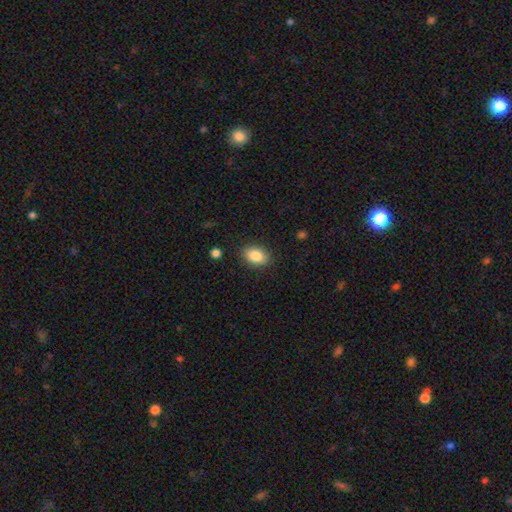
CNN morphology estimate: This appears to be a smooth galaxy with no disk features (86%) that is in between round and cigar-shaped (86%). Merging: none (87%).